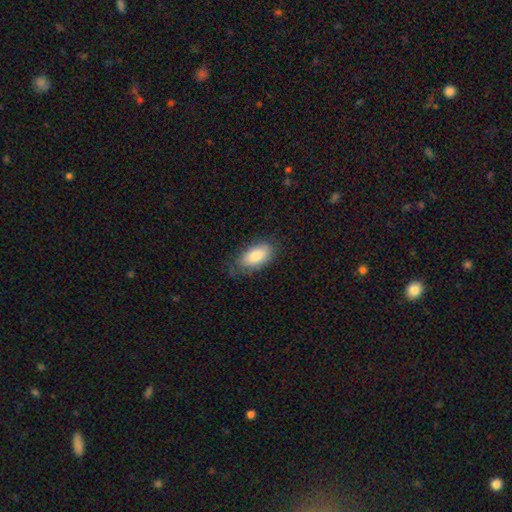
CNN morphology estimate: A smooth galaxy with no disk features (84%) that is in between round and cigar-shaped (92%). Merging: none (74%).